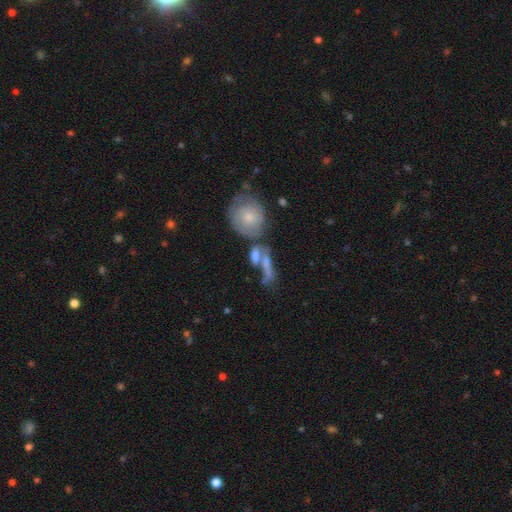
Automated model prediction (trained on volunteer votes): A smooth galaxy with no disk features (57%) that is in between round and cigar-shaped (58%). Merging: merger (49%).